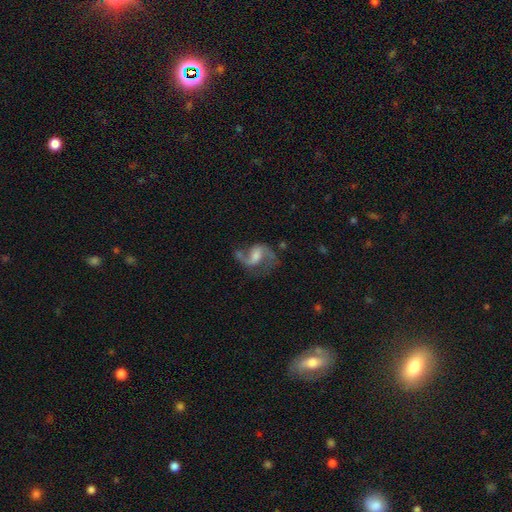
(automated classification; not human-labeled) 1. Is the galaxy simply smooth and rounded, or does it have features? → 82% featured or disk, 10% smooth, 8% star or artifact.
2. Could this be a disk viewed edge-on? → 98% no, 2% yes.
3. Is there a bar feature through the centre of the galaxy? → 51% weak, 33% no, 16% strong.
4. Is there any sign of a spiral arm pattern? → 94% yes, 6% no.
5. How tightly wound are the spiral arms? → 51% loose, 41% medium, 8% tight.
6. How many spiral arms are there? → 86% 2, 7% 1, 3% can't tell, 1% 3, 1% 4, 1% more than 4.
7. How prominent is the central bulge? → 36% moderate, 29% small, 20% none, 13% large, 2% dominant.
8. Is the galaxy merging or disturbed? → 57% none, 19% major disturbance, 19% minor disturbance, 5% merger.